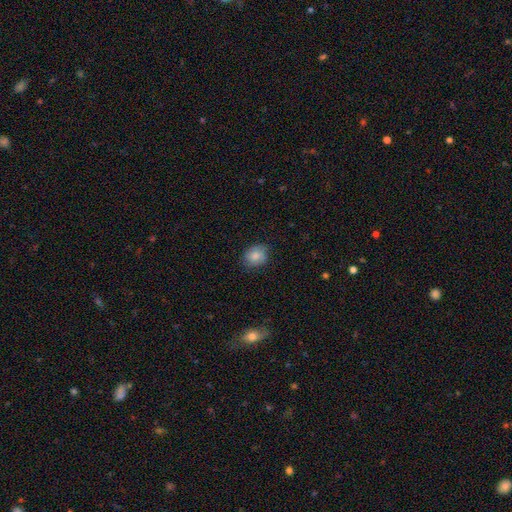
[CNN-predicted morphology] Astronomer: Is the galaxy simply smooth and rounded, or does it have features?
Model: smooth — 80%.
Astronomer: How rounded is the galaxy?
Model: round — 57% (runner-up: in between, 42%).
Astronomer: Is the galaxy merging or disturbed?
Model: none — 77%.